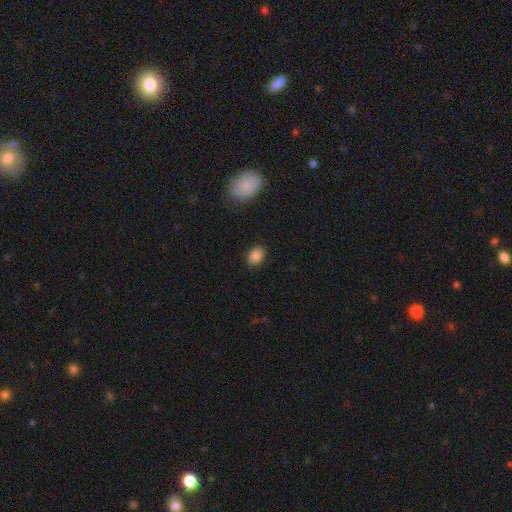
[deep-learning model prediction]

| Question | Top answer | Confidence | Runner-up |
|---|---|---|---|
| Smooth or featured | smooth | 86% | star or artifact (9%) |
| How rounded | in between | 75% | round (24%) |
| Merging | none | 87% | minor disturbance (10%) |